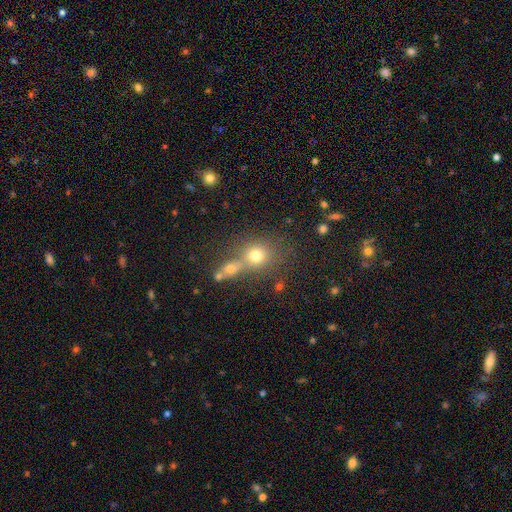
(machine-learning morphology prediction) Smooth or featured? smooth (73%)
How rounded? round (80%)
Merging? none (49%)